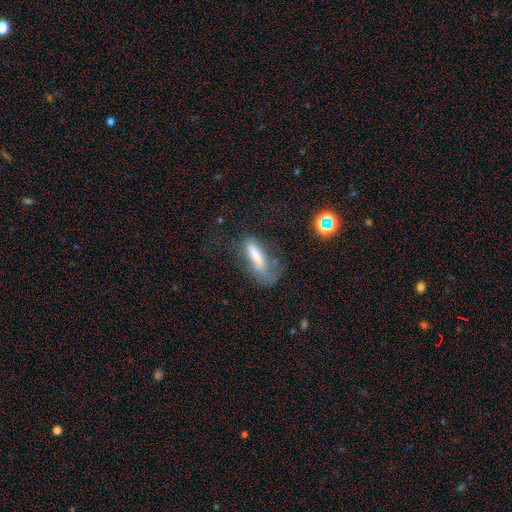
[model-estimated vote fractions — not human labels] smooth 66%, featured or disk 24%, star or artifact 9%. Down the decision tree: how rounded — cigar-shaped (63%); merging — none (36%).